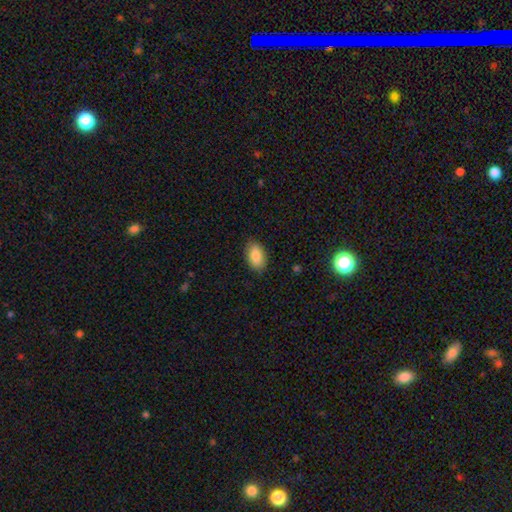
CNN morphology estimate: Smooth or featured? Predicted: smooth (p=0.86). How rounded? Predicted: in between (p=0.92). Merging? Predicted: none (p=0.85).